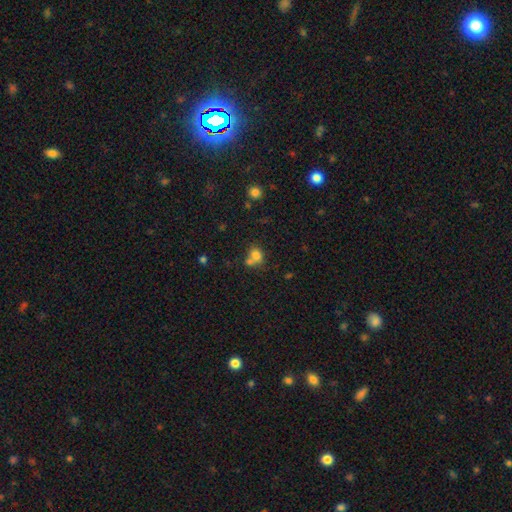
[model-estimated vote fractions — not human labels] smooth 76%, star or artifact 13%, featured or disk 11%. Down the decision tree: how rounded — round (60%); merging — merger (45%).